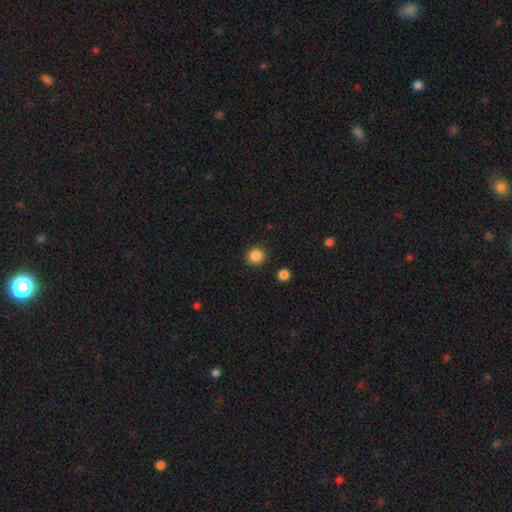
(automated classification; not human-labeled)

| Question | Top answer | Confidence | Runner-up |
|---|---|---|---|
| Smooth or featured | smooth | 86% | star or artifact (11%) |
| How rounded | round | 94% | in between (6%) |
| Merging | none | 91% | minor disturbance (6%) |